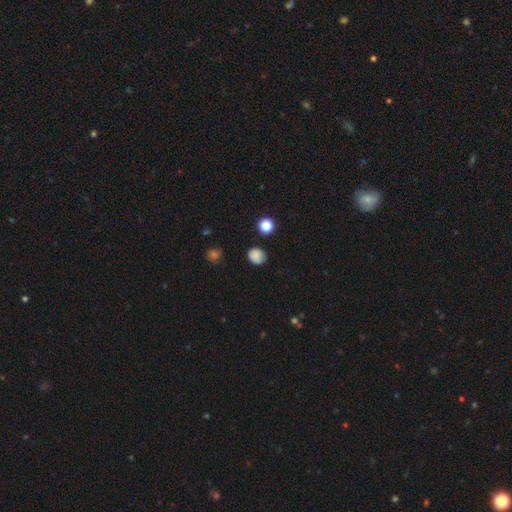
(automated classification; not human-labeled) Smooth or featured? Predicted: smooth (p=0.82). How rounded? Predicted: round (p=0.77). Merging? Predicted: none (p=0.77).